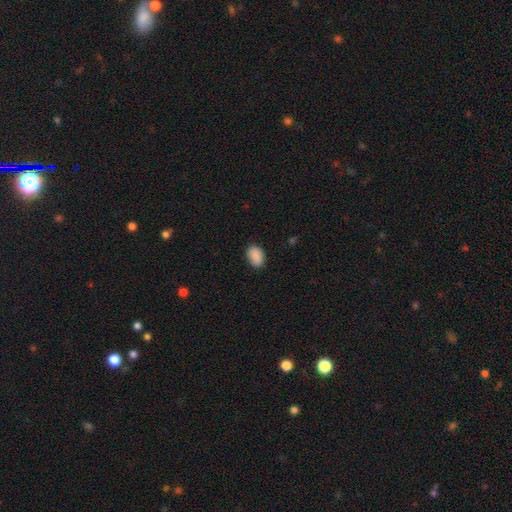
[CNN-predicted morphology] smooth 89%, star or artifact 7%, featured or disk 3%. Down the decision tree: how rounded — in between (87%); merging — none (84%).